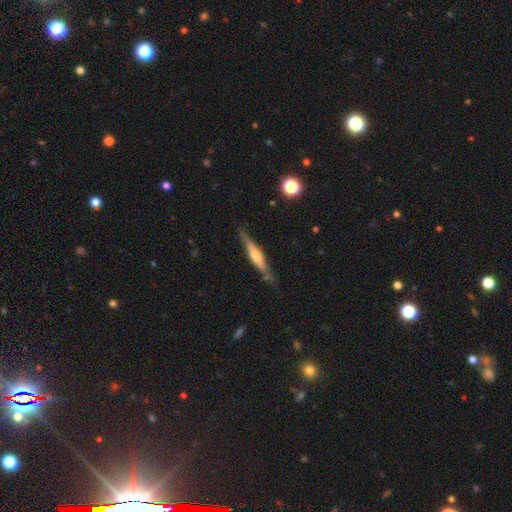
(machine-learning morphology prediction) Smooth or featured: featured or disk — 64% (smooth — 30%)
Edge-on disk: yes — 96% (no — 4%)
Edge-on bulge: rounded — 69% (boxy — 20%)
Merging: none — 80% (minor disturbance — 15%)